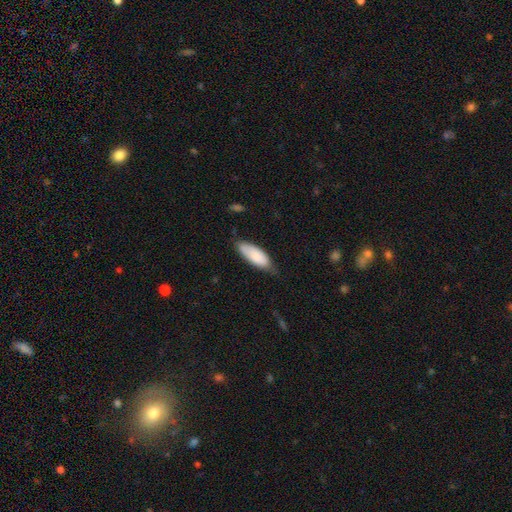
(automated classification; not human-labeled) This is clearly a smooth galaxy (83%). How rounded: likely in between (78%). Merging: possibly none (58%).